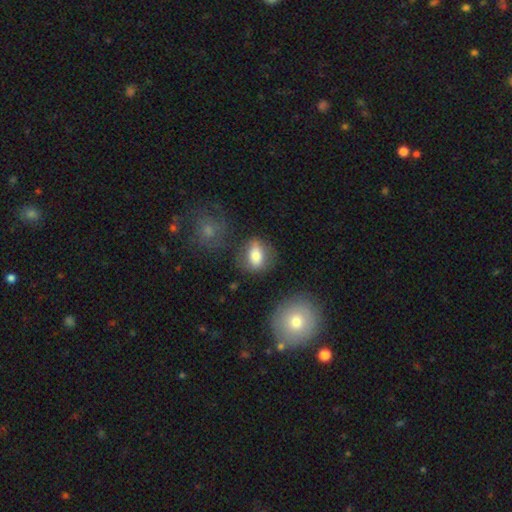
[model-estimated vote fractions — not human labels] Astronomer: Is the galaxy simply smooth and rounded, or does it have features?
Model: smooth — 75%.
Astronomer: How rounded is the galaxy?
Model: in between — 70%.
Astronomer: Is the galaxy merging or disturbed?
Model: none — 66%.